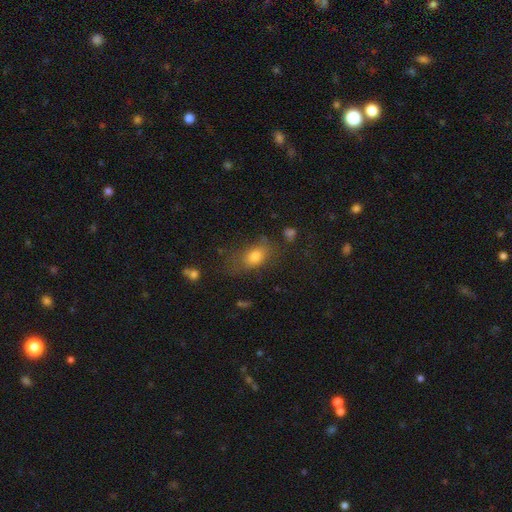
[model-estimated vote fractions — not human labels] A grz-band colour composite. It shows a smooth galaxy with no disk features (77%) that is in between round and cigar-shaped (83%). Merging: none (53%).